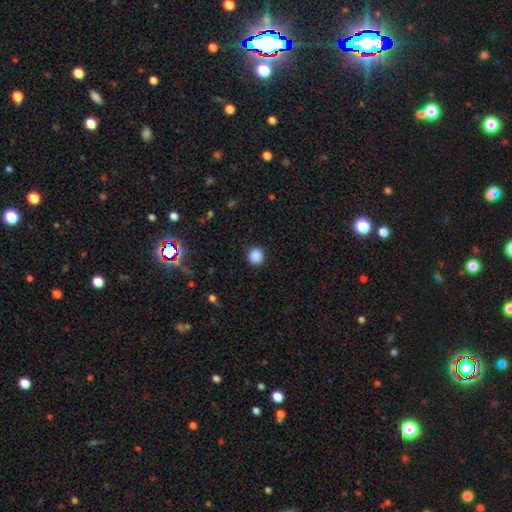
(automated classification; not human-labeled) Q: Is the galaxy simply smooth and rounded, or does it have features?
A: smooth — 88%.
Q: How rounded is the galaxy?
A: round — 90%.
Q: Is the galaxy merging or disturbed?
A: none — 91%.